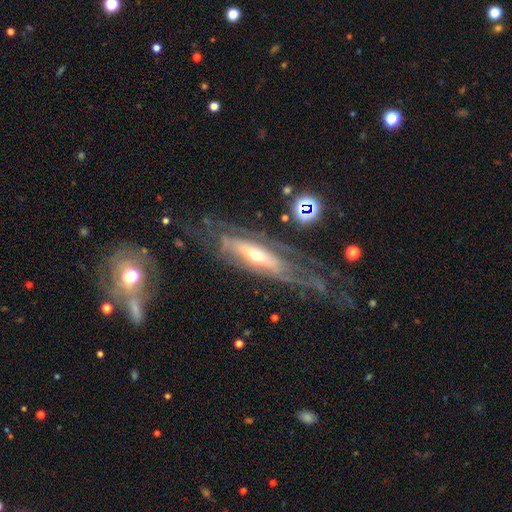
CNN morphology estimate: A featured or disk galaxy (82%) with no bar (53%), spiral arms (79%) and a moderate central bulge (64%). Merging: none (51%).